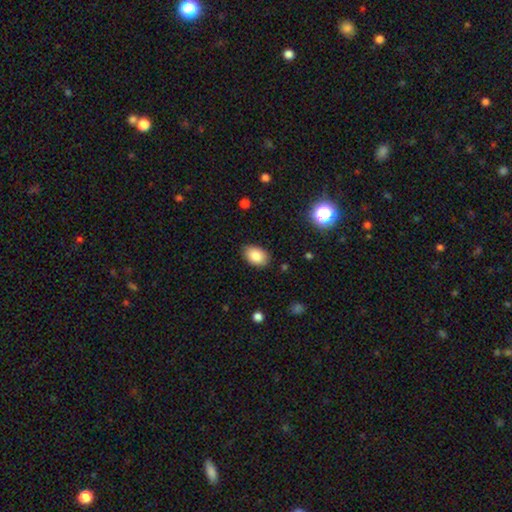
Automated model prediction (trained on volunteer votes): Q: Smooth or featured?
A: smooth (84%); runner-up: star or artifact (8%)
Q: How rounded?
A: in between (87%); runner-up: round (12%)
Q: Merging?
A: none (85%); runner-up: minor disturbance (12%)